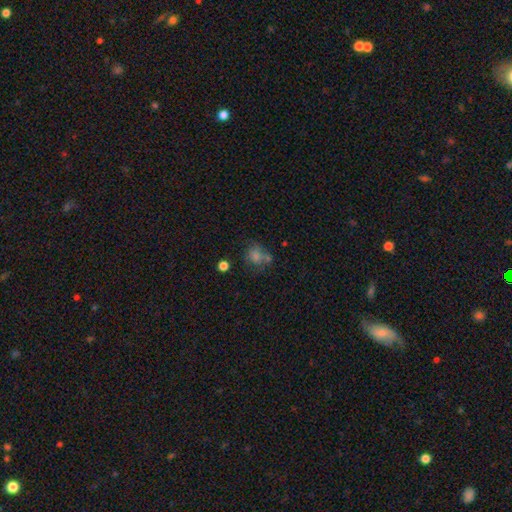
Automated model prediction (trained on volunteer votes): smooth-or-featured: smooth: 63% | star or artifact: 20% | featured or disk: 18%
  how-rounded: round: 69% | in between: 30% | cigar-shaped: 1%
  merging: none: 50% | merger: 21% | minor disturbance: 19% | major disturbance: 11%